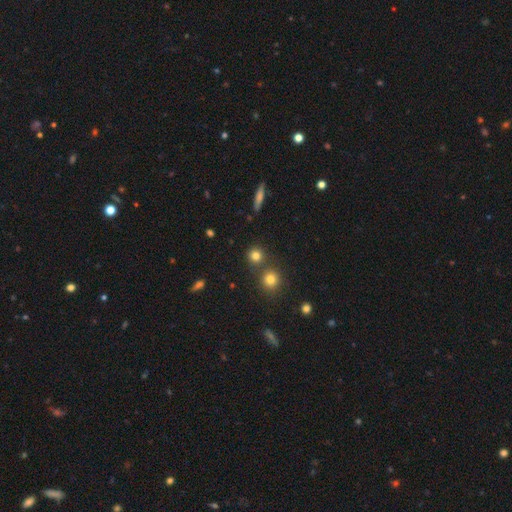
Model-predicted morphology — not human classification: The model was most divided on "merging": none: 74%, merger: 16%, minor disturbance: 7%, major disturbance: 3%. More confident: how rounded — round (89%); smooth or featured — smooth (80%).